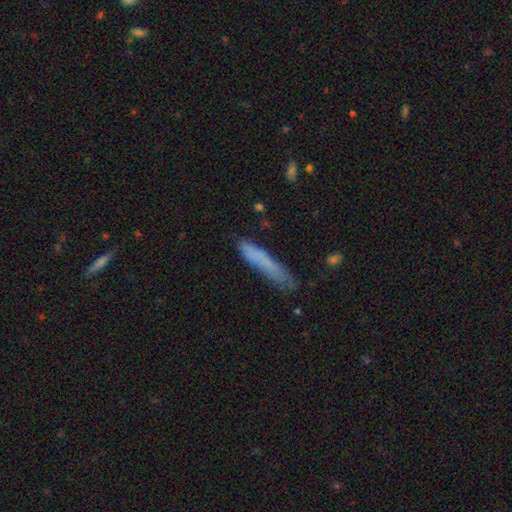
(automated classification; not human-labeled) Smooth or featured? smooth (73%)
How rounded? cigar-shaped (92%)
Merging? none (64%)